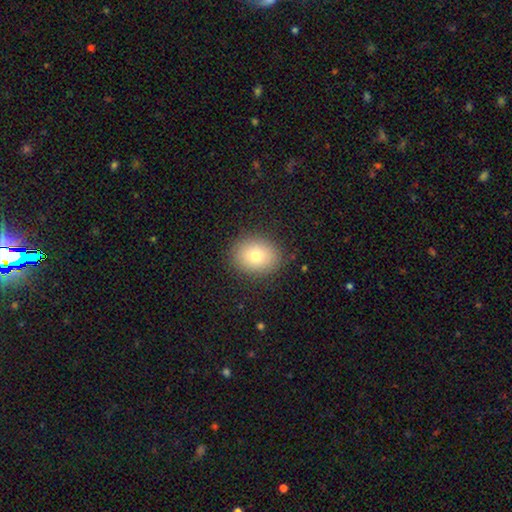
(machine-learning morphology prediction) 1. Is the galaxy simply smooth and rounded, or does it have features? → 78% smooth, 11% featured or disk, 10% star or artifact.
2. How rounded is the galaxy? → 52% round, 47% in between, 1% cigar-shaped.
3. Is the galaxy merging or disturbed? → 88% none, 9% minor disturbance, 3% major disturbance, 1% merger.